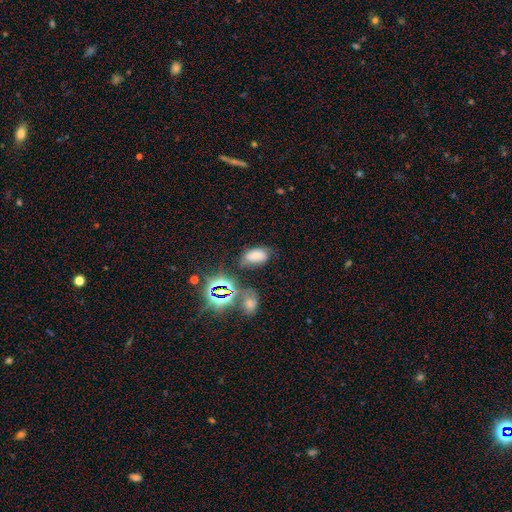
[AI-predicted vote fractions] smooth 62%, star or artifact 24%, featured or disk 15%. Down the decision tree: how rounded — in between (91%); merging — none (59%).